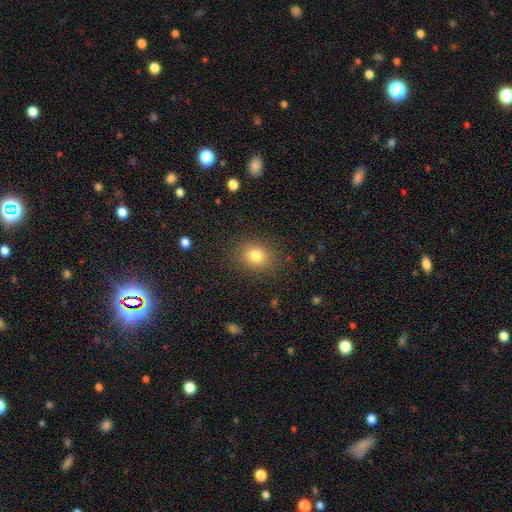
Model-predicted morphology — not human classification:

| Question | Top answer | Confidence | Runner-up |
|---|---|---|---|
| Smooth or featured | smooth | 79% | star or artifact (13%) |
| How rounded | round | 61% | in between (38%) |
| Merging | none | 86% | minor disturbance (9%) |